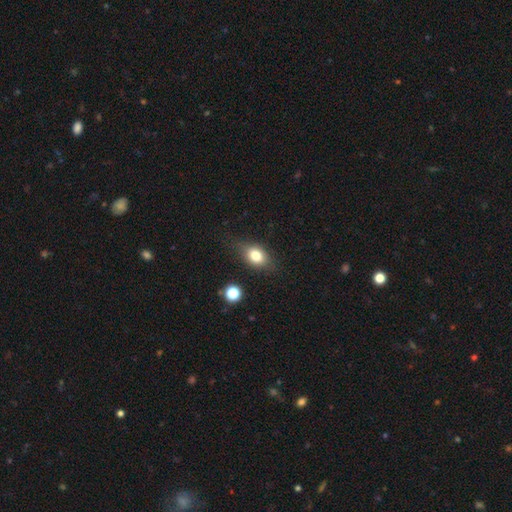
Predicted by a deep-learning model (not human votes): smooth_or_featured: smooth (p=0.75) [alt: featured or disk p=0.15]
how_rounded: in between (p=0.69) [alt: round p=0.28]
merging: none (p=0.72) [alt: minor disturbance p=0.20]